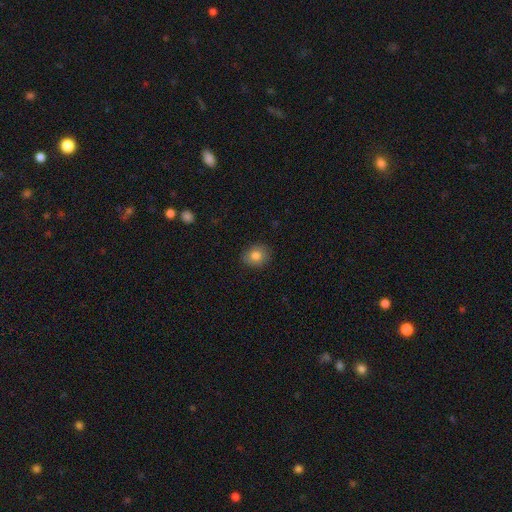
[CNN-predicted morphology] This appears to be a smooth galaxy with no disk features (82%) that is round (68%). Merging: none (87%).